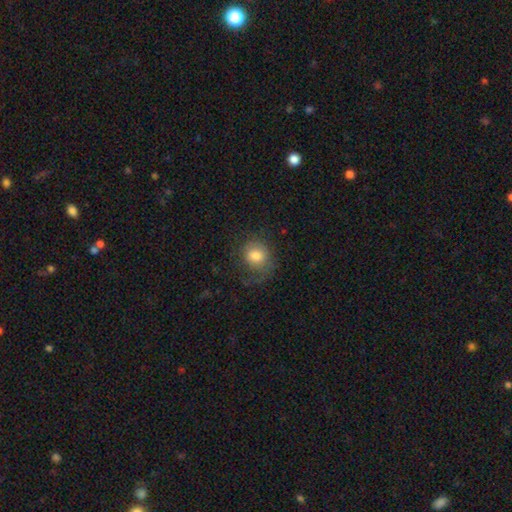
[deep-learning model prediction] This appears to be a smooth galaxy with no disk features (75%) that is round (74%). Merging: none (55%).